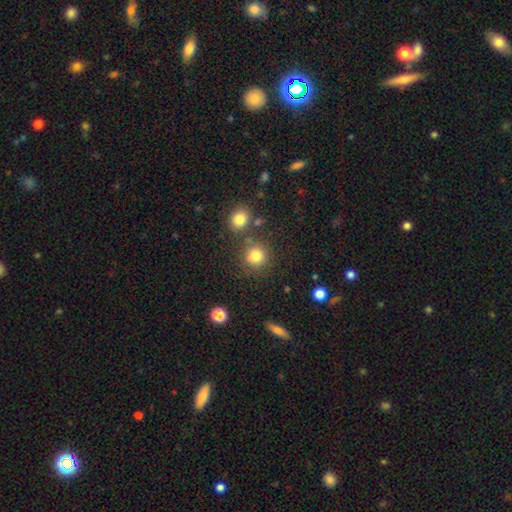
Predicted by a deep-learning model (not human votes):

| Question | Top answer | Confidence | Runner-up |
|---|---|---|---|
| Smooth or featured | smooth | 78% | star or artifact (15%) |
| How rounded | round | 88% | in between (11%) |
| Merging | none | 73% | merger (11%) |